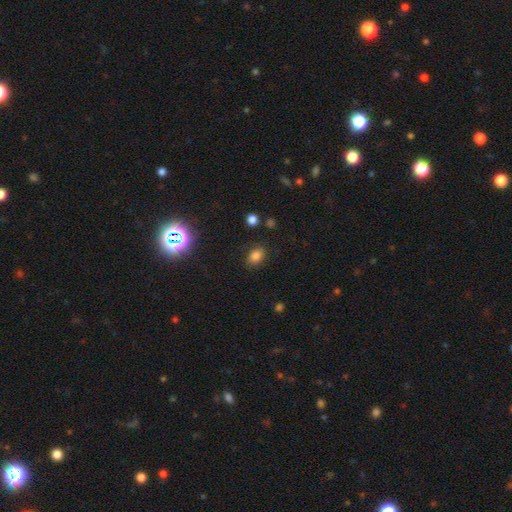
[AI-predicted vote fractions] smooth_or_featured: smooth (p=0.80) [alt: star or artifact p=0.15]
how_rounded: in between (p=0.69) [alt: round p=0.30]
merging: none (p=0.83) [alt: minor disturbance p=0.12]